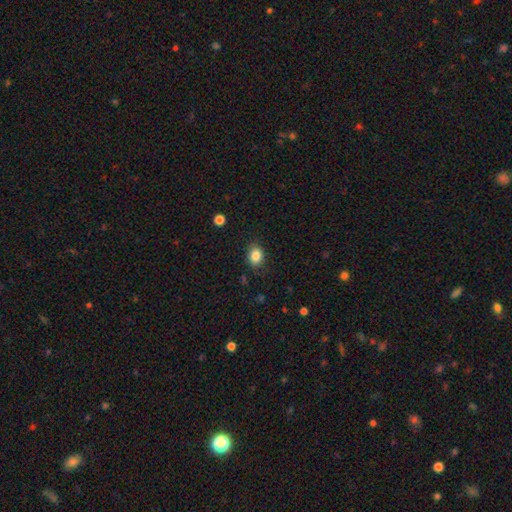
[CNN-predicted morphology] Overall: smooth (85%). How rounded: round (51%; in between 48%). Merging: none (84%).